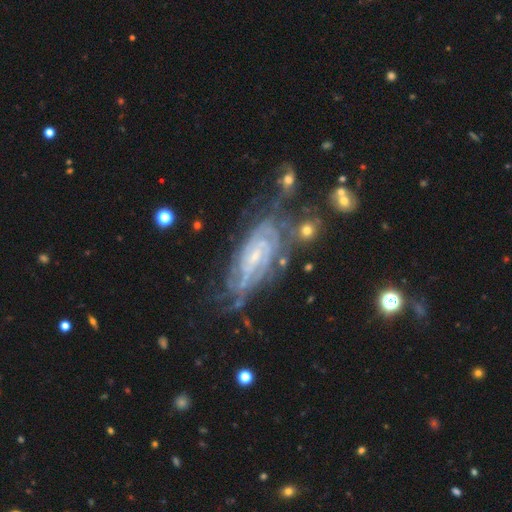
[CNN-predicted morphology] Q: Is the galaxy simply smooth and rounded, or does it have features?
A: featured or disk — 87%.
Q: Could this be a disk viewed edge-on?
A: no — 94%.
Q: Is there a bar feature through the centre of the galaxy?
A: no — 48%.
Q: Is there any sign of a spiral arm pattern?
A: yes — 96%.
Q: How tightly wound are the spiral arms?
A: tight — 74%.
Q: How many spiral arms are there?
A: can't tell — 33%.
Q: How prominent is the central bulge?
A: small — 73%.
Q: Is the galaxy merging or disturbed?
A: none — 57%.